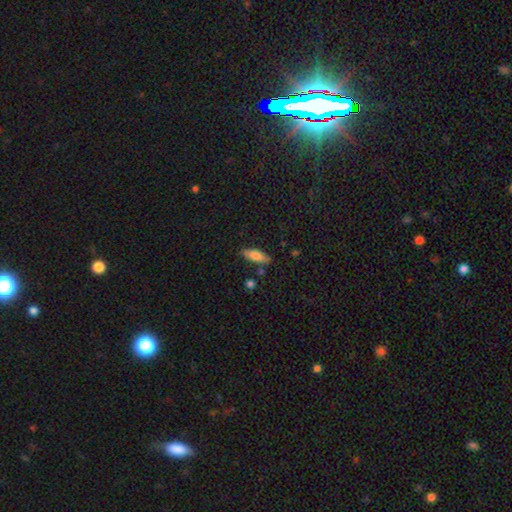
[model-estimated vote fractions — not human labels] Smooth or featured? smooth (77%)
How rounded? in between (59%)
Merging? none (82%)